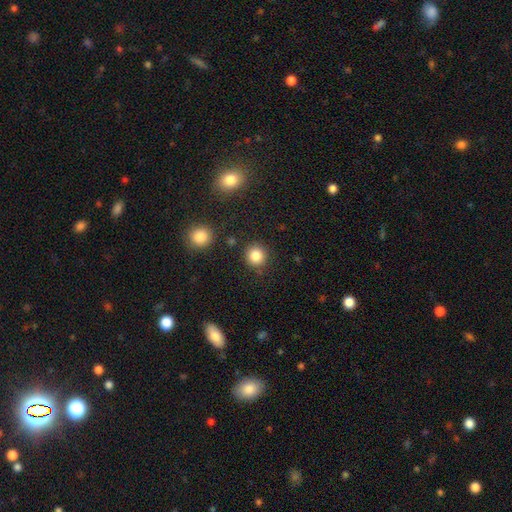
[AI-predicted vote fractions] smooth 85%, star or artifact 10%, featured or disk 4%. Down the decision tree: how rounded — round (91%); merging — none (87%).